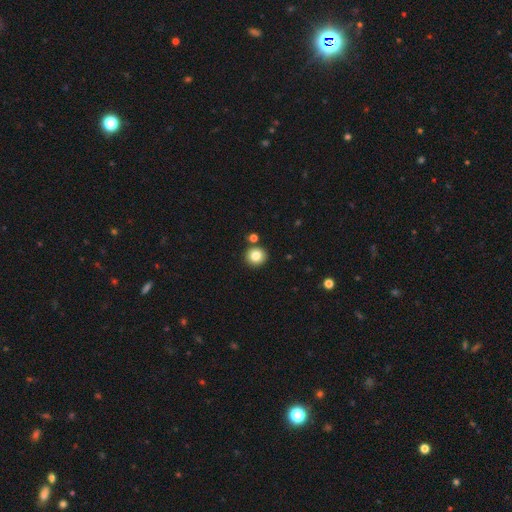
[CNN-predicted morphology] This appears to be a smooth galaxy with no disk features (83%) that is round (92%). Merging: none (84%).